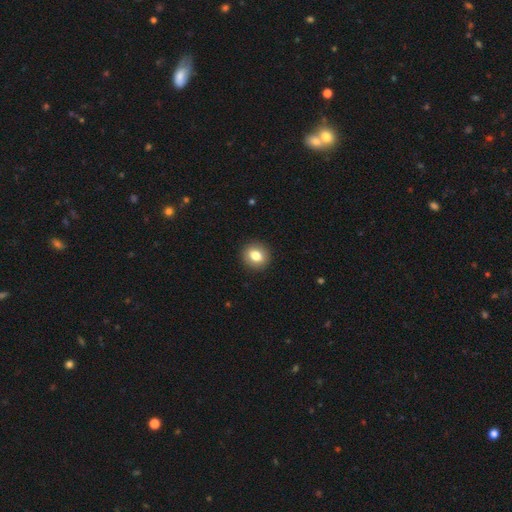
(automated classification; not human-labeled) This appears to be a smooth galaxy with no disk features (81%) that is round (75%). Merging: none (91%).